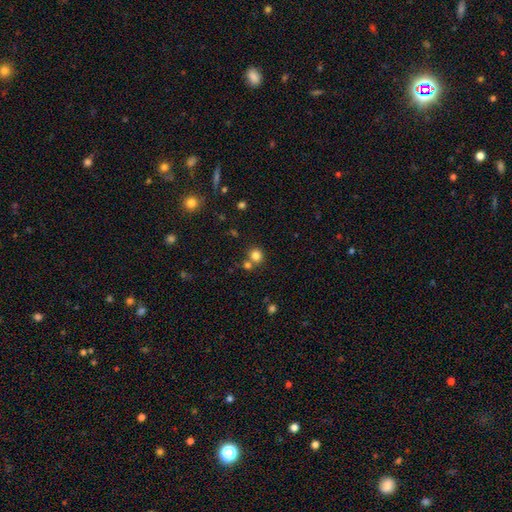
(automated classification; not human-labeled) The model was most divided on "merging": none: 64%, merger: 25%, minor disturbance: 7%, major disturbance: 3%. More confident: how rounded — round (89%); smooth or featured — smooth (81%).